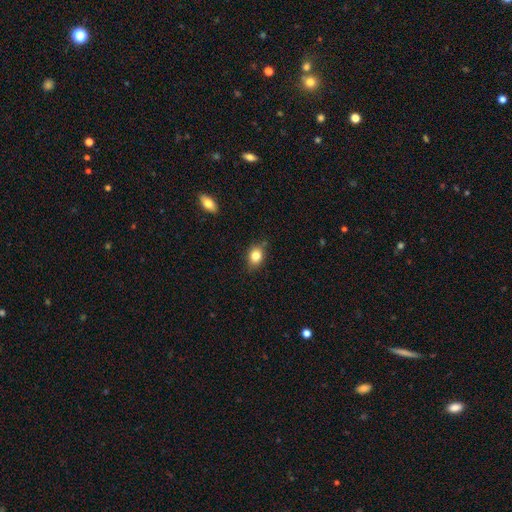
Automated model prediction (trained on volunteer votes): The model was most divided on "how rounded": in between: 57%, round: 41%, cigar-shaped: 2%. More confident: smooth or featured — smooth (81%); merging — none (76%).